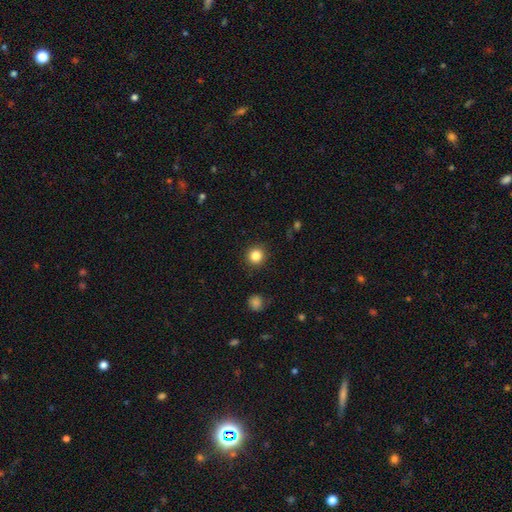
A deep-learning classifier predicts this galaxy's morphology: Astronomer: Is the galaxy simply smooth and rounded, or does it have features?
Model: smooth — 84%.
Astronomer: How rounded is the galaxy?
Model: round — 94%.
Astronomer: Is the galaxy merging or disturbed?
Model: none — 91%.